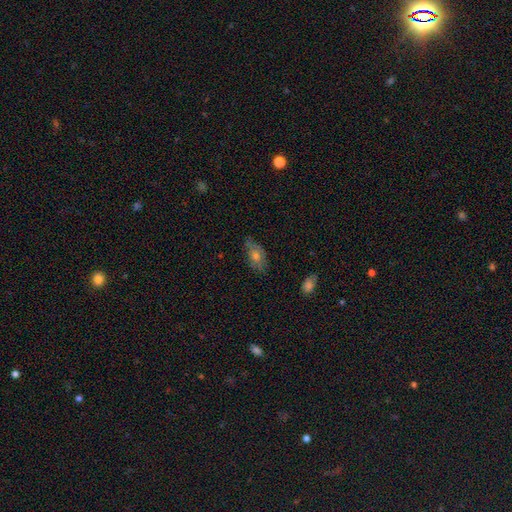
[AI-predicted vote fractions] Morphology: type=smooth (44%); merging=none (73%).